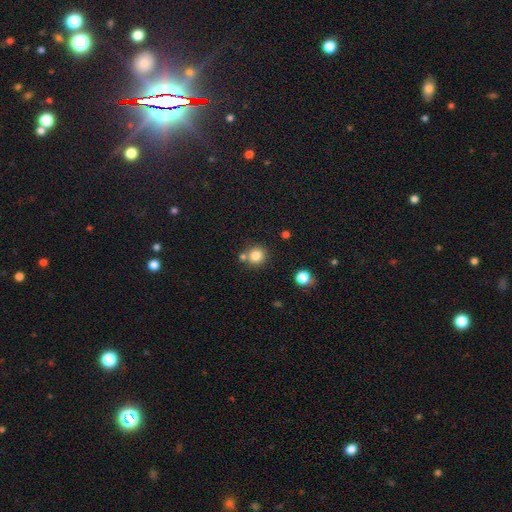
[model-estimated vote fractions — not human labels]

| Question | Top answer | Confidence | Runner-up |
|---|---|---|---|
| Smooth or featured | smooth | 82% | star or artifact (12%) |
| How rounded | round | 91% | in between (8%) |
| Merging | none | 72% | merger (16%) |